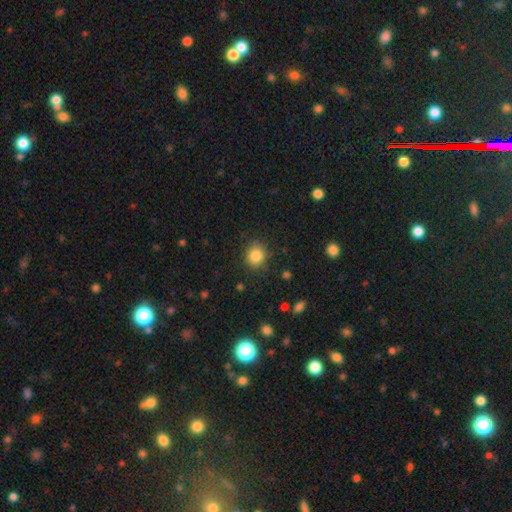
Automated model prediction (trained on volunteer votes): Morphology: type=smooth (85%); roundness=round (78%); merging=none (84%).